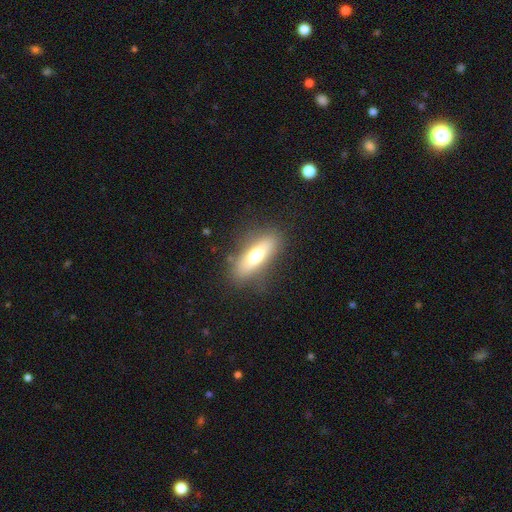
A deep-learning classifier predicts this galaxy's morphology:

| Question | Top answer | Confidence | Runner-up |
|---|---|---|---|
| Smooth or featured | smooth | 66% | featured or disk (27%) |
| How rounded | in between | 52% | cigar-shaped (45%) |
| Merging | none | 80% | minor disturbance (14%) |